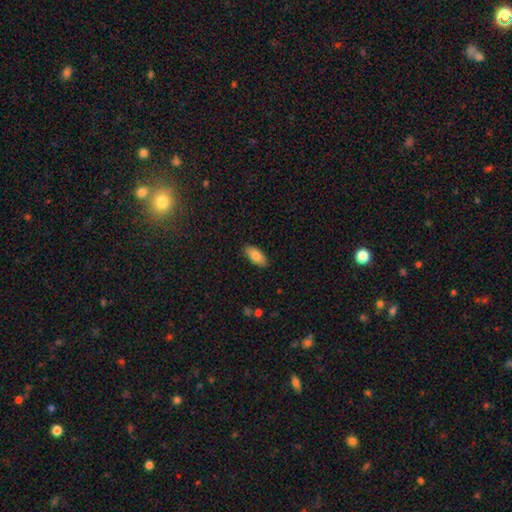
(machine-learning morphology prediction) smooth_or_featured: smooth (p=0.81) [alt: featured or disk p=0.13]
how_rounded: in between (p=0.90) [alt: cigar-shaped p=0.08]
merging: none (p=0.88) [alt: minor disturbance p=0.09]